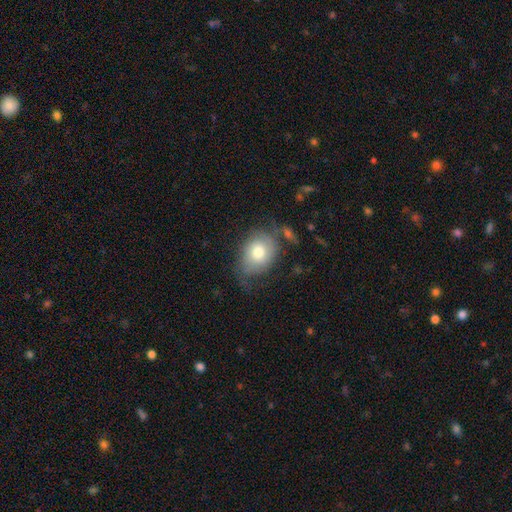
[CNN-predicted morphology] This appears to be a smooth galaxy with no disk features (56%) that is in between round and cigar-shaped (57%). Merging: none (56%).